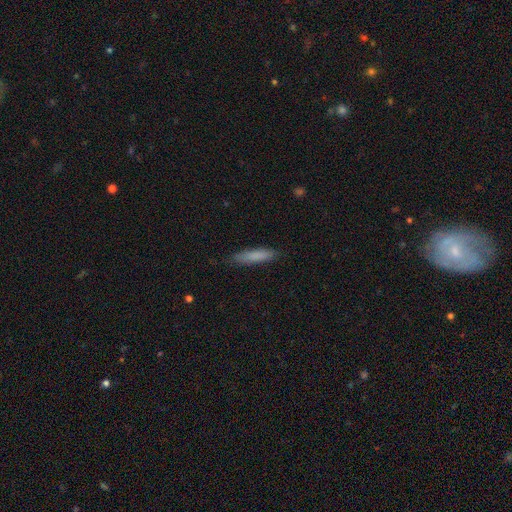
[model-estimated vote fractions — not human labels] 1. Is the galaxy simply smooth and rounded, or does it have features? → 80% smooth, 13% featured or disk, 6% star or artifact.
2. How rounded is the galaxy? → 84% cigar-shaped, 15% in between, 1% round.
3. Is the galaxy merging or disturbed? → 83% none, 14% minor disturbance, 3% major disturbance, 1% merger.